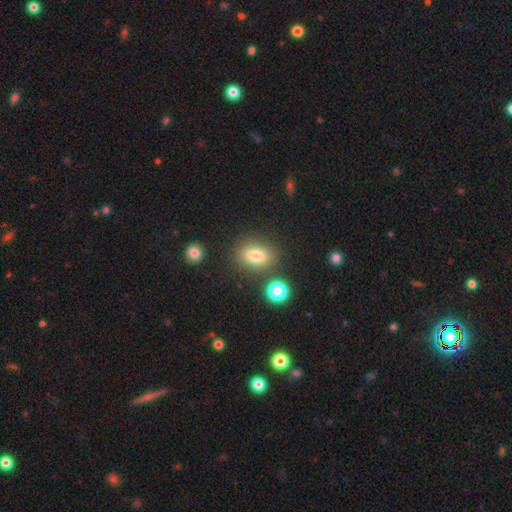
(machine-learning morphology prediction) Smooth or featured: smooth — 78% (star or artifact — 11%)
How rounded: in between — 77% (round — 16%)
Merging: none — 79% (minor disturbance — 11%)